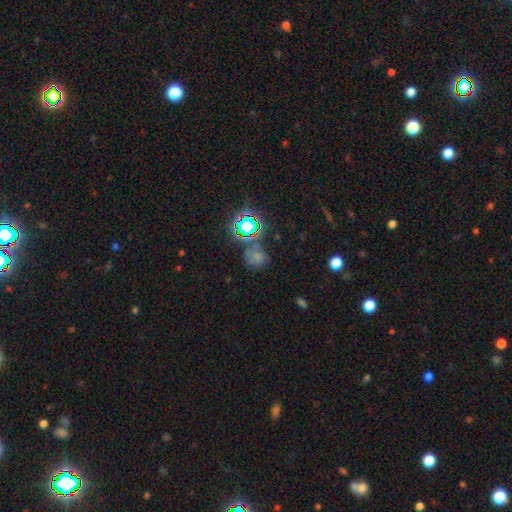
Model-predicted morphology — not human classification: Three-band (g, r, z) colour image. It shows a smooth galaxy with no disk features (49%). Merging: none (61%).